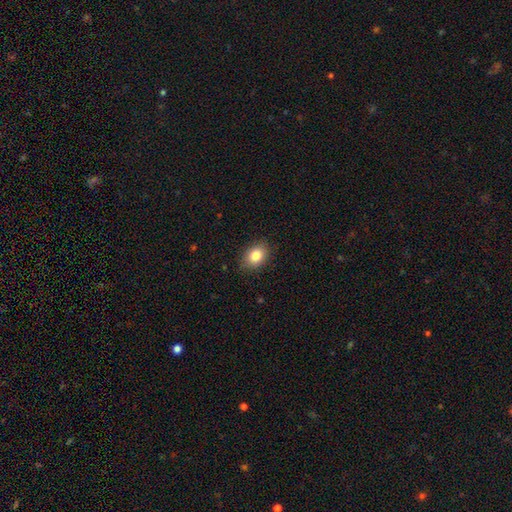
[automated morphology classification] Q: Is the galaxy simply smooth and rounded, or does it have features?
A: smooth — 83%.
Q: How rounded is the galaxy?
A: in between — 71%.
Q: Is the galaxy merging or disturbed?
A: none — 85%.